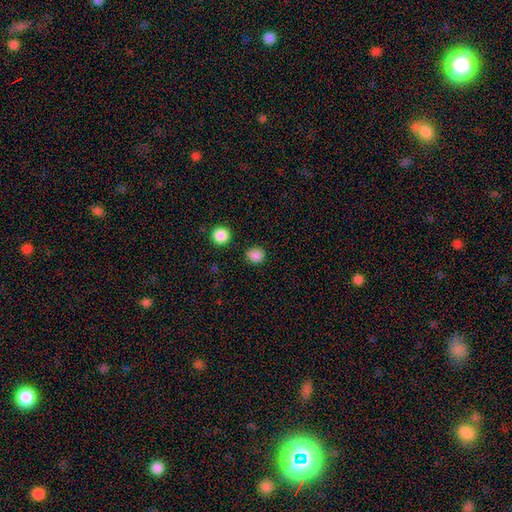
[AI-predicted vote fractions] A smooth galaxy with no disk features (85%) that is round (86%). Merging: none (84%).